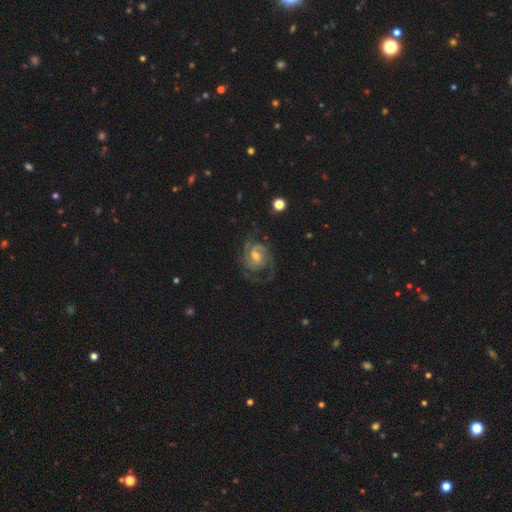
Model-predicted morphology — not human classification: type=featured or disk (87%); edge-on=no (98%); bar=weak (52%); spiral arms=yes (96%); winding=tight (48%); arm count=2 (49%); bulge=moderate (56%); merging=none (64%).